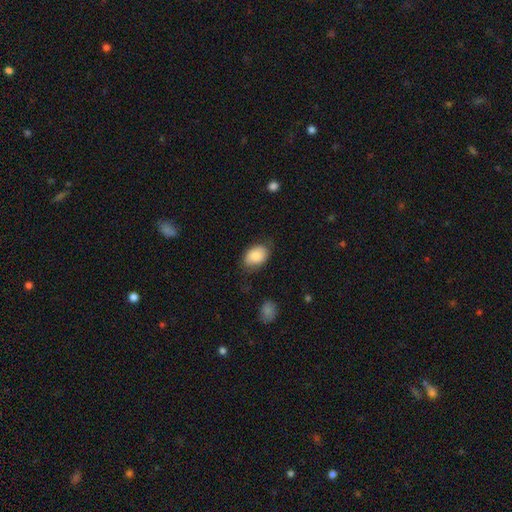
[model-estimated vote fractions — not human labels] Q: Smooth or featured?
A: smooth (82%); runner-up: featured or disk (11%)
Q: How rounded?
A: in between (82%); runner-up: round (17%)
Q: Merging?
A: none (72%); runner-up: minor disturbance (21%)